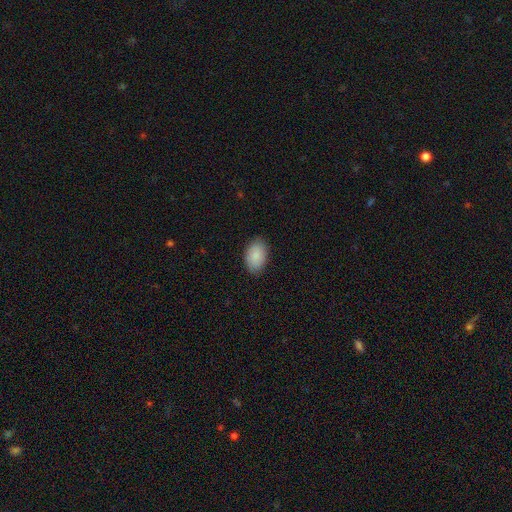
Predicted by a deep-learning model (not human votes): Smooth or featured: smooth — 88% (featured or disk — 6%)
How rounded: in between — 92% (round — 7%)
Merging: none — 86% (minor disturbance — 11%)